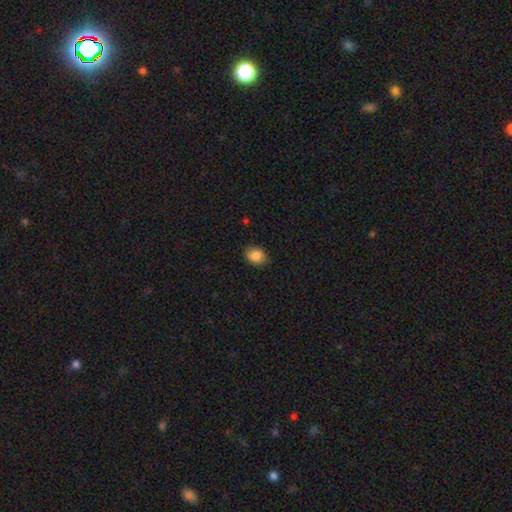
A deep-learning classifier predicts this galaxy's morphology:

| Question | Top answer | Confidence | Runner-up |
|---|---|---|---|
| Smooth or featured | smooth | 87% | star or artifact (9%) |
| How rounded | in between | 53% | round (46%) |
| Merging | none | 86% | minor disturbance (11%) |